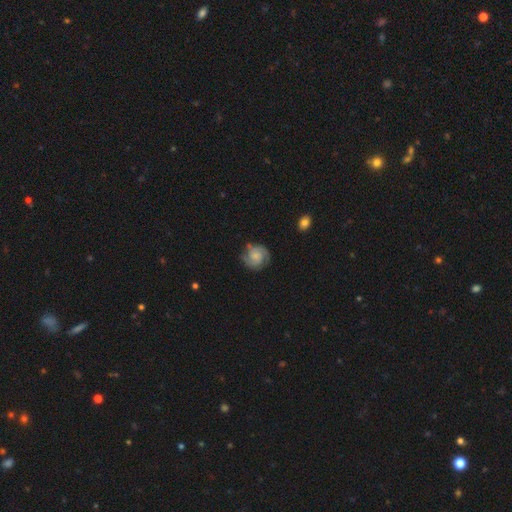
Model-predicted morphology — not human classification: Q: Smooth or featured?
A: featured or disk (71%); runner-up: smooth (22%)
Q: Edge-on disk?
A: no (98%); runner-up: yes (2%)
Q: Bar?
A: no (64%); runner-up: weak (31%)
Q: Spiral arms?
A: yes (95%); runner-up: no (5%)
Q: Spiral winding?
A: tight (54%); runner-up: medium (37%)
Q: Spiral arm count?
A: 2 (62%); runner-up: 3 (16%)
Q: Bulge size?
A: small (40%); runner-up: moderate (28%)
Q: Merging?
A: none (75%); runner-up: minor disturbance (17%)